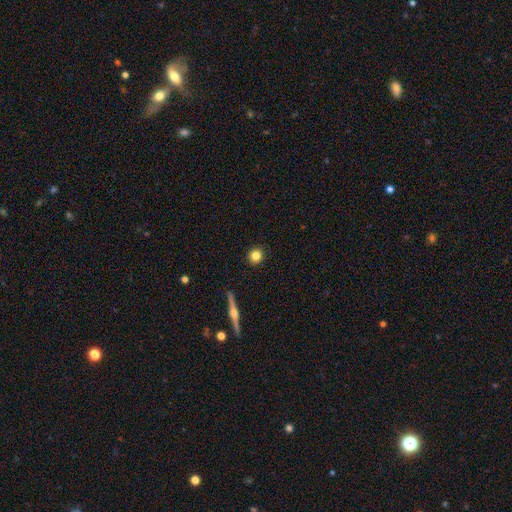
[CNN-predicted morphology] A smooth galaxy with no disk features (80%) that is round (92%).

Vote fractions:
- Smooth or featured? smooth: 80% / star or artifact: 10% / featured or disk: 10%
- How rounded? round: 92% / in between: 6% / cigar-shaped: 2%
- Merging? none: 91% / minor disturbance: 5% / major disturbance: 2% / merger: 1%